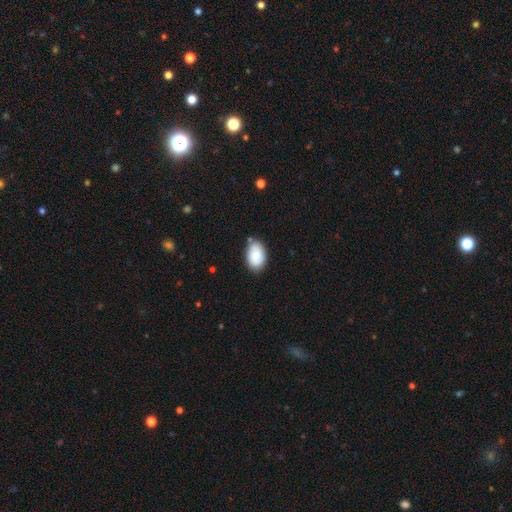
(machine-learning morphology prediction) Smooth or featured? smooth (86%)
How rounded? in between (89%)
Merging? none (78%)